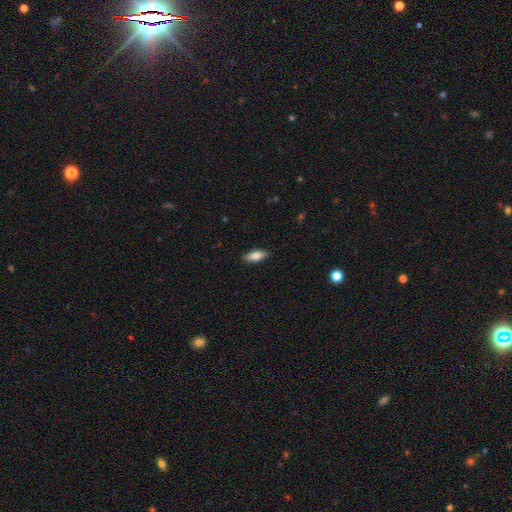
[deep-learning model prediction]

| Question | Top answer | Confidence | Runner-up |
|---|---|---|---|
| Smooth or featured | smooth | 79% | featured or disk (14%) |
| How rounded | in between | 79% | cigar-shaped (19%) |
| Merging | none | 89% | minor disturbance (8%) |